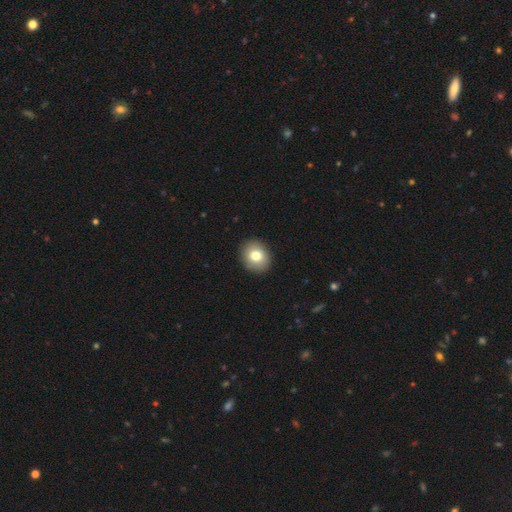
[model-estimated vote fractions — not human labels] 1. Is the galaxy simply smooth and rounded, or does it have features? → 78% smooth, 13% featured or disk, 9% star or artifact.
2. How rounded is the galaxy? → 60% round, 39% in between, 1% cigar-shaped.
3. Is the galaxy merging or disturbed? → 91% none, 6% minor disturbance, 2% major disturbance, 1% merger.